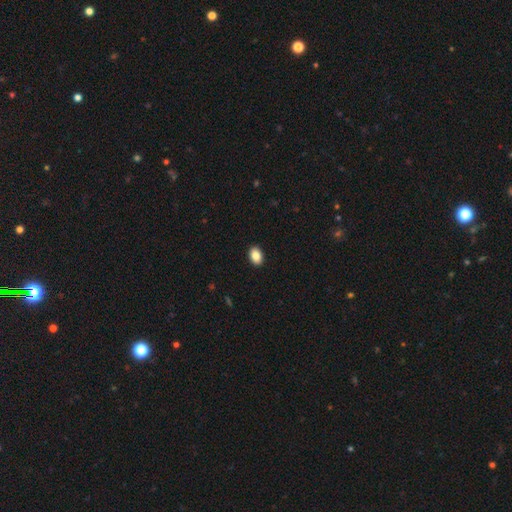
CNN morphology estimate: The model was most divided on "how rounded": in between: 82%, round: 17%, cigar-shaped: 1%. More confident: merging — none (91%); smooth or featured — smooth (87%).